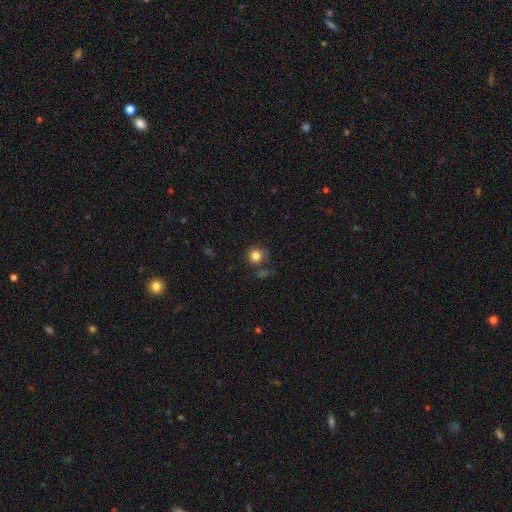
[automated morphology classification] This is clearly a smooth galaxy (83%). How rounded: clearly round (88%). Merging: likely none (73%).